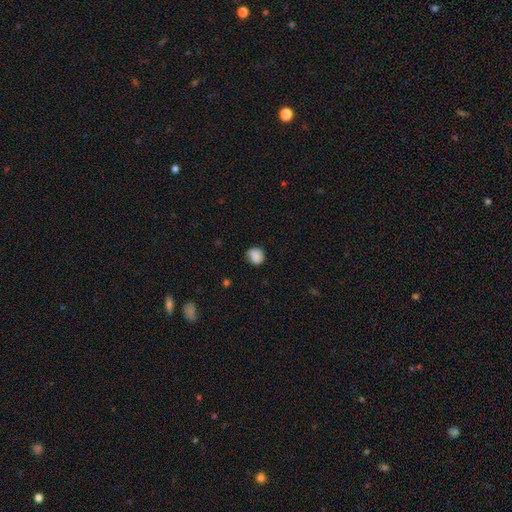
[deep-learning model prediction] Q: Smooth or featured?
A: smooth (82%); runner-up: featured or disk (9%)
Q: How rounded?
A: round (78%); runner-up: in between (21%)
Q: Merging?
A: none (67%); runner-up: minor disturbance (25%)